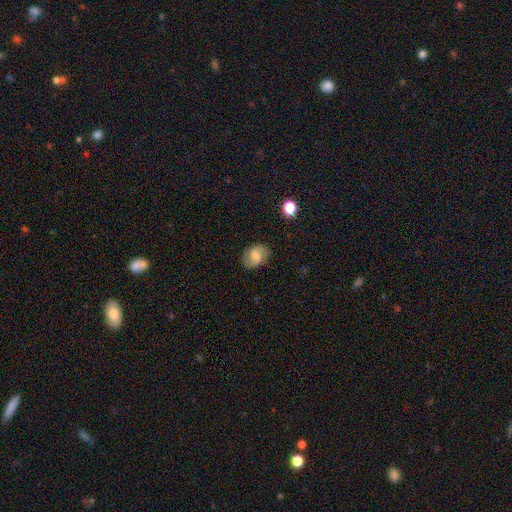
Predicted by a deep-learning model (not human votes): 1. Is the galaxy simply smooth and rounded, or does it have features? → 53% featured or disk, 37% smooth, 9% star or artifact.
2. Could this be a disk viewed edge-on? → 97% no, 3% yes.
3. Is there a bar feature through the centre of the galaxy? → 52% weak, 32% no, 16% strong.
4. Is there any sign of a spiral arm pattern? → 89% yes, 11% no.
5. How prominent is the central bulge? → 36% moderate, 26% small, 20% none, 15% large, 2% dominant.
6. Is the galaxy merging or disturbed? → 81% none, 13% minor disturbance, 4% major disturbance, 1% merger.